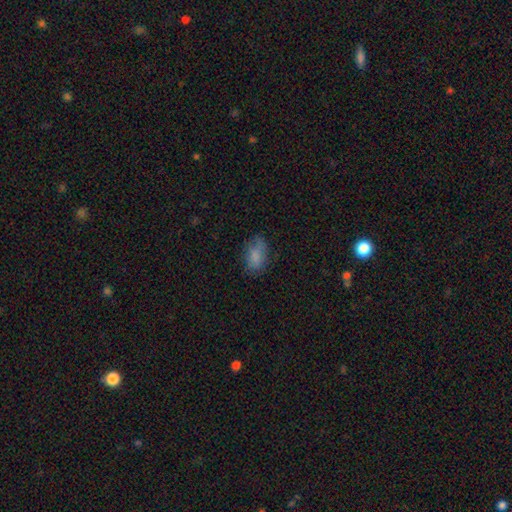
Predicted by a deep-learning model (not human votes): Q: Smooth or featured?
A: smooth (82%); runner-up: star or artifact (9%)
Q: How rounded?
A: in between (89%); runner-up: round (9%)
Q: Merging?
A: none (68%); runner-up: minor disturbance (23%)